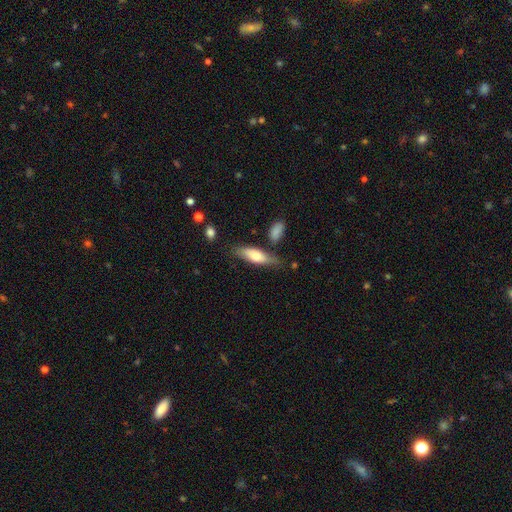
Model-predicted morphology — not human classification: This is likely a smooth galaxy (65%). How rounded: possibly in between (55%). Merging: likely none (69%).